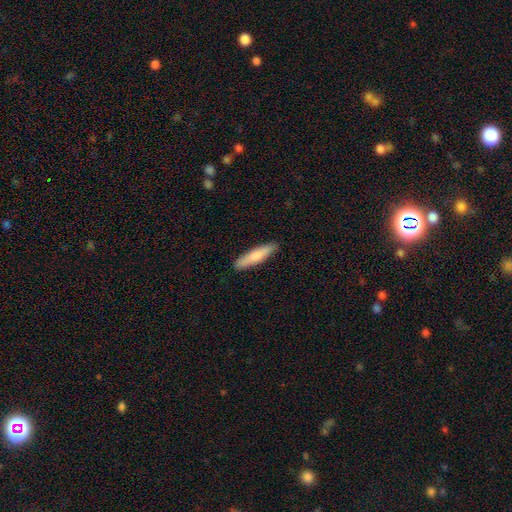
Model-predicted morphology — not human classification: Overall: smooth (79%). How rounded: cigar-shaped (82%). Merging: none (90%).